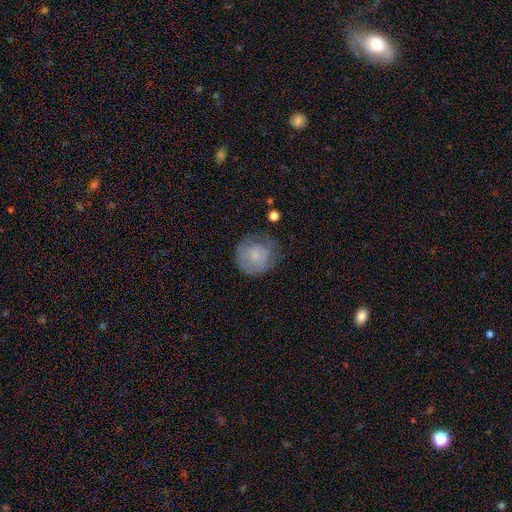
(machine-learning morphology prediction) smooth 65%, featured or disk 28%, star or artifact 8%. Down the decision tree: how rounded — round (90%); merging — none (60%).